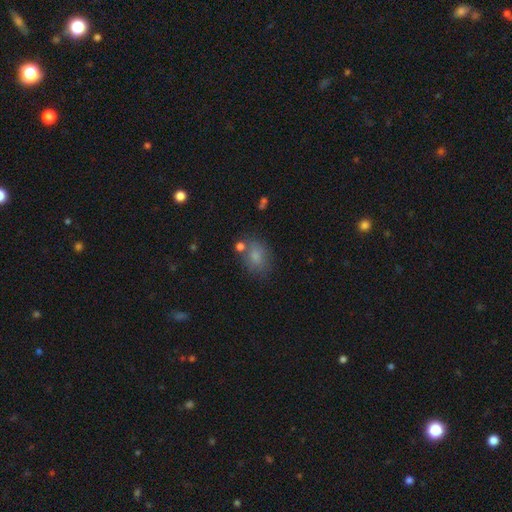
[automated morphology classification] Smooth or featured?
  - smooth: 79% *
  - star or artifact: 11%
  - featured or disk: 10%
How rounded?
  - in between: 70% *
  - round: 29%
  - cigar-shaped: 1%
Merging?
  - none: 65% *
  - minor disturbance: 18%
  - merger: 11%
  - major disturbance: 6%